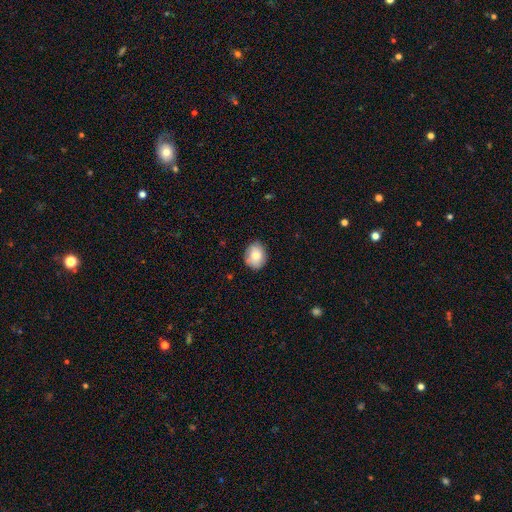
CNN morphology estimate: Smooth or featured? Predicted: smooth (p=0.81). How rounded? Predicted: in between (p=0.51). Merging? Predicted: none (p=0.81).